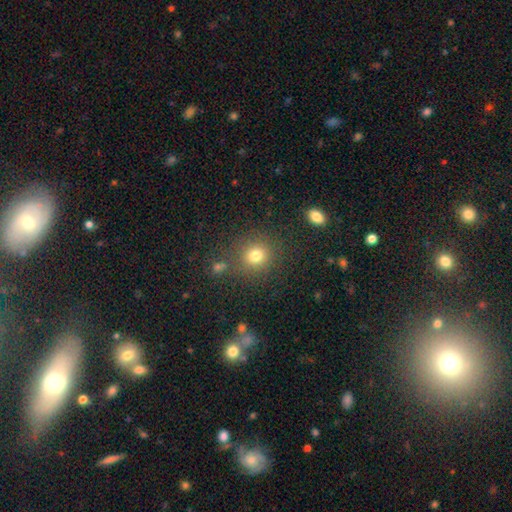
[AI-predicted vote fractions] Smooth or featured: smooth — 77% (star or artifact — 16%)
How rounded: round — 86% (in between — 13%)
Merging: none — 81% (minor disturbance — 10%)